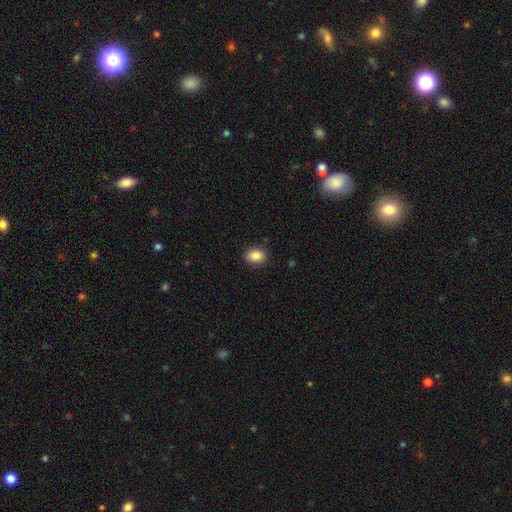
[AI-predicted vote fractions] Smooth or featured?
  - smooth: 86% *
  - star or artifact: 9%
  - featured or disk: 5%
How rounded?
  - in between: 63% *
  - round: 35%
  - cigar-shaped: 1%
Merging?
  - none: 88% *
  - minor disturbance: 9%
  - major disturbance: 2%
  - merger: 1%